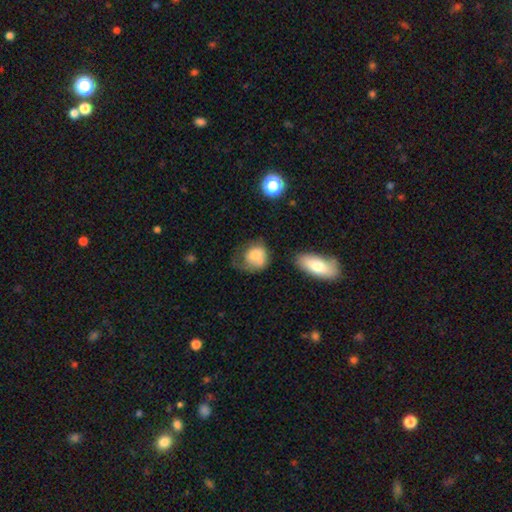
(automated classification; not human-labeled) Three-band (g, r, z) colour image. It shows a smooth galaxy with no disk features (70%) that is round (61%). Merging: none (34%).